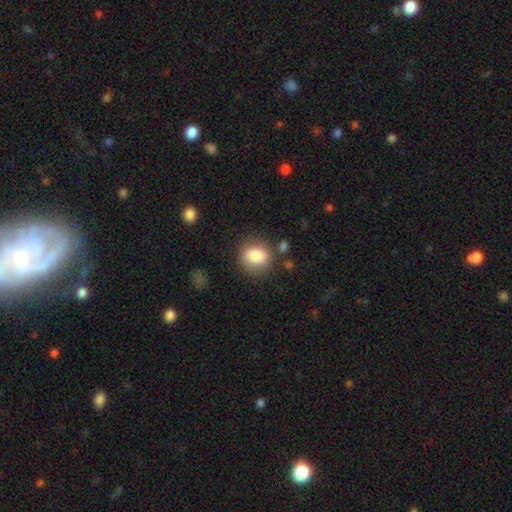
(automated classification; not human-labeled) Smooth or featured? Predicted: smooth (p=0.84). How rounded? Predicted: round (p=0.65). Merging? Predicted: none (p=0.74).